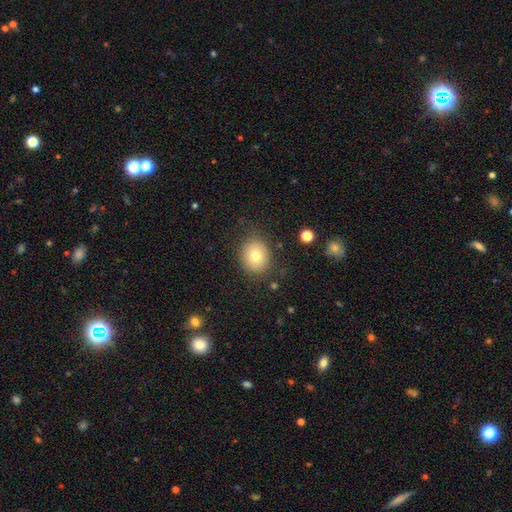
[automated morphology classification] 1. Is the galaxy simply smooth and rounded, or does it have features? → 76% smooth, 13% featured or disk, 11% star or artifact.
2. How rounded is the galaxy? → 66% round, 34% in between, 1% cigar-shaped.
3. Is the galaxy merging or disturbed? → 81% none, 13% minor disturbance, 4% major disturbance, 2% merger.